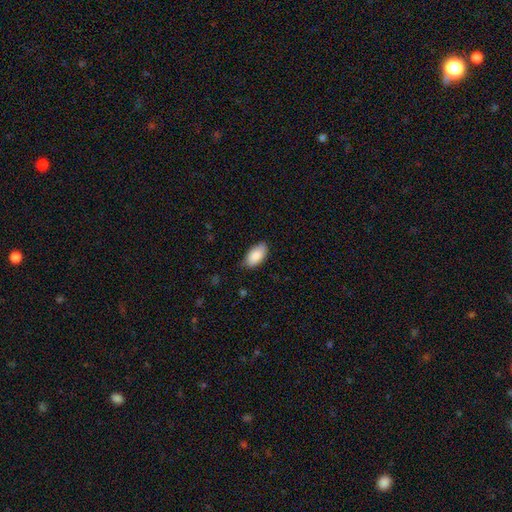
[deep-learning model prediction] This appears to be a smooth galaxy with no disk features (87%) that is in between round and cigar-shaped (94%). Merging: none (79%).